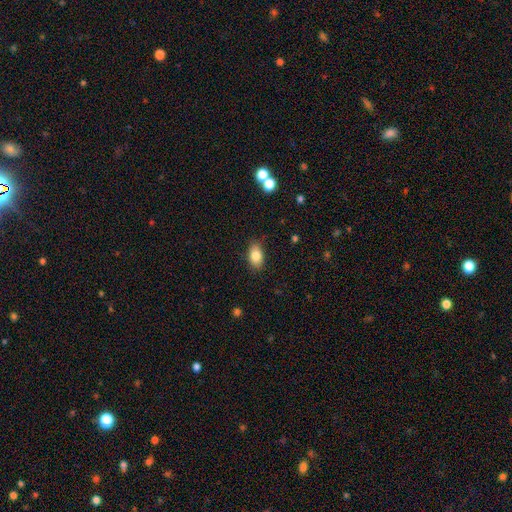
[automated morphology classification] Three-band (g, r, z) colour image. It shows a smooth galaxy with no disk features (83%) that is in between round and cigar-shaped (89%). Merging: none (85%).